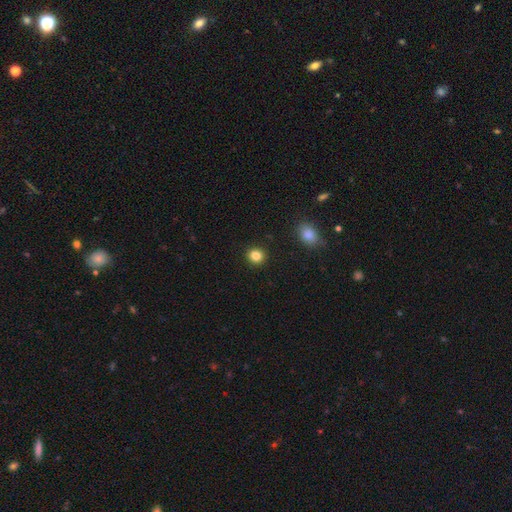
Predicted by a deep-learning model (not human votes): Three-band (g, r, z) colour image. It shows a smooth galaxy with no disk features (83%) that is round (88%). Merging: none (92%).